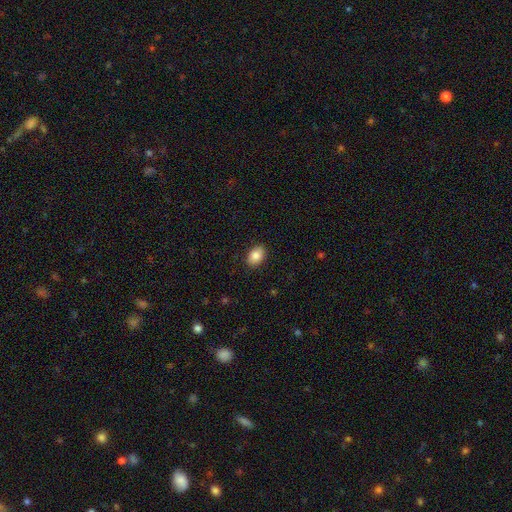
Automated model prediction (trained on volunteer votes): Overall: smooth (86%). How rounded: in between (85%). Merging: none (89%).